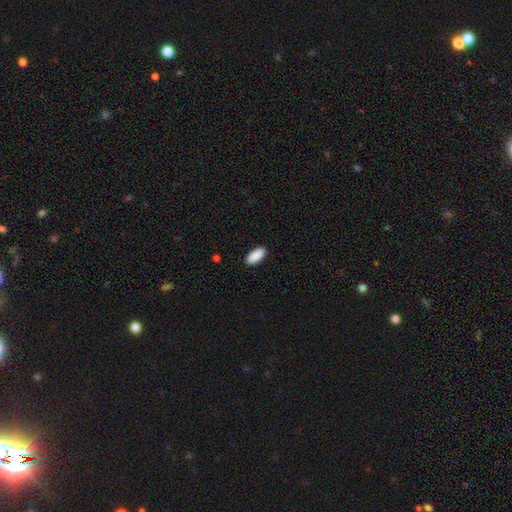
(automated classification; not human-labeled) Smooth or featured?
  - smooth: 91% *
  - star or artifact: 6%
  - featured or disk: 3%
How rounded?
  - in between: 91% *
  - cigar-shaped: 8%
  - round: 2%
Merging?
  - none: 89% *
  - minor disturbance: 8%
  - major disturbance: 2%
  - merger: 1%